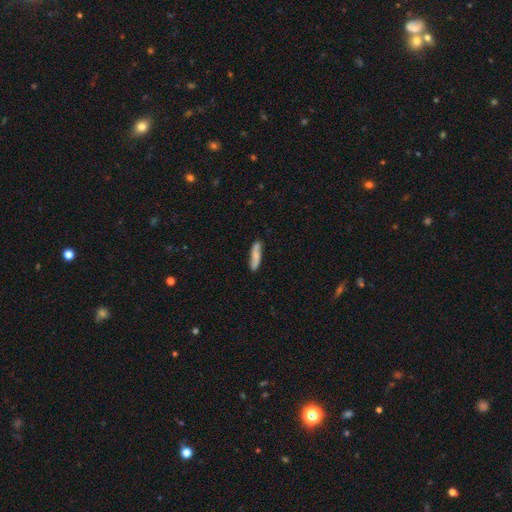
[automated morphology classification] Smooth or featured? smooth (63%)
How rounded? cigar-shaped (73%)
Merging? none (76%)